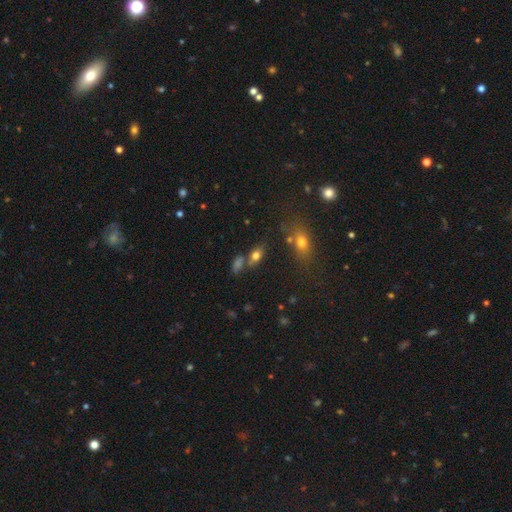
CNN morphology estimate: The model was most divided on "merging": none: 55%, merger: 26%, minor disturbance: 13%, major disturbance: 6%. More confident: how rounded — in between (76%); smooth or featured — smooth (69%).